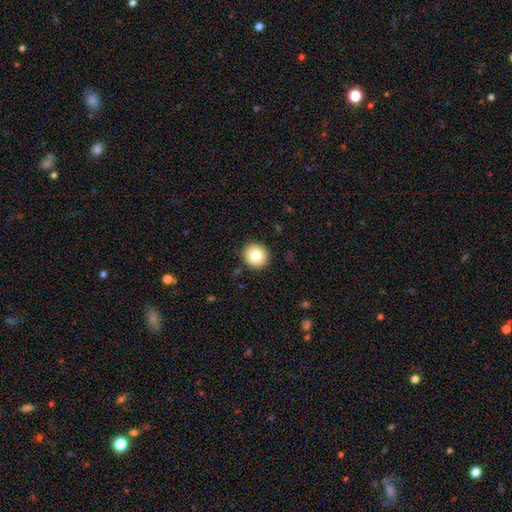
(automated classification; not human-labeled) Smooth or featured? Predicted: smooth (p=0.80). How rounded? Predicted: round (p=0.90). Merging? Predicted: none (p=0.91).